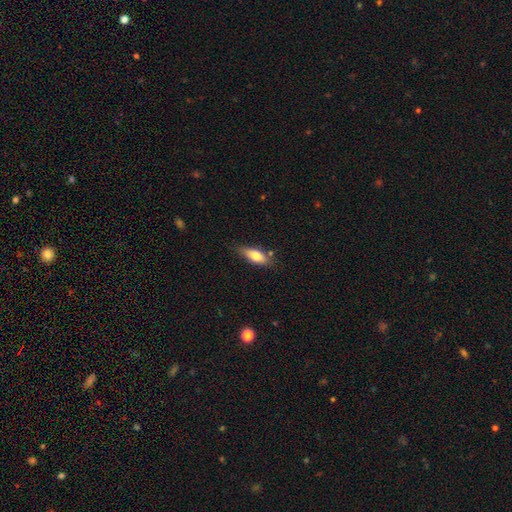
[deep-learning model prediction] Overall: smooth (74%). How rounded: in between (70%). Merging: none (76%).